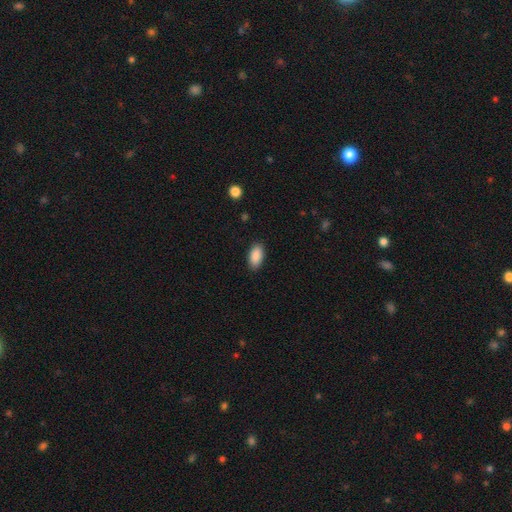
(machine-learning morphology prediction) This is clearly a smooth galaxy (89%). How rounded: clearly in between (94%). Merging: clearly none (88%).